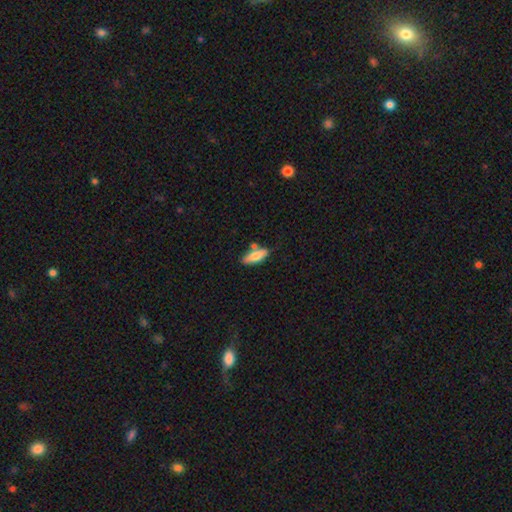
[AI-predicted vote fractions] Morphology: type=smooth (75%); roundness=in between (65%); merging=none (70%).